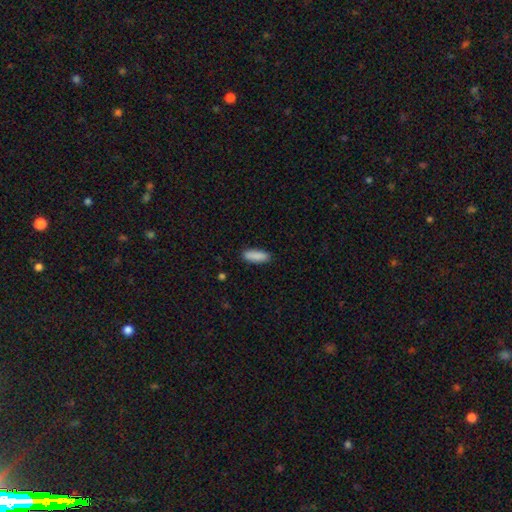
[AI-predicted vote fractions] Q: Smooth or featured?
A: smooth (90%); runner-up: star or artifact (6%)
Q: How rounded?
A: in between (64%); runner-up: cigar-shaped (35%)
Q: Merging?
A: none (88%); runner-up: minor disturbance (9%)